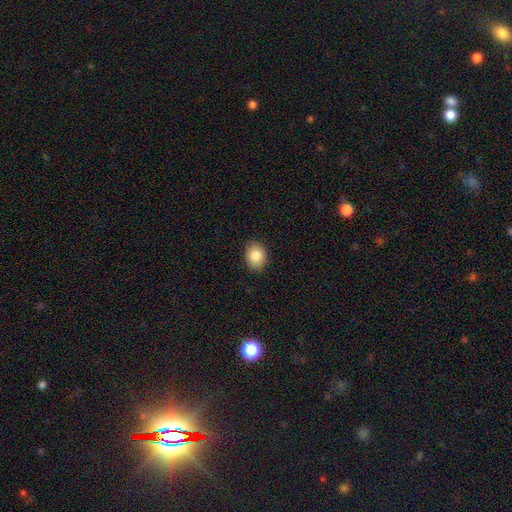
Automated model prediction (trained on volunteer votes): smooth_or_featured: smooth (p=0.86) [alt: star or artifact p=0.08]
how_rounded: in between (p=0.58) [alt: round p=0.41]
merging: none (p=0.89) [alt: minor disturbance p=0.08]